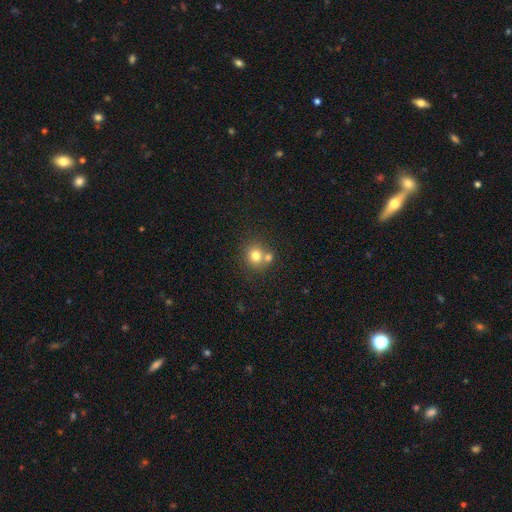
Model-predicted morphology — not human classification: smooth_or_featured: smooth (p=0.76) [alt: star or artifact p=0.13]
how_rounded: round (p=0.84) [alt: in between p=0.15]
merging: none (p=0.54) [alt: merger p=0.35]